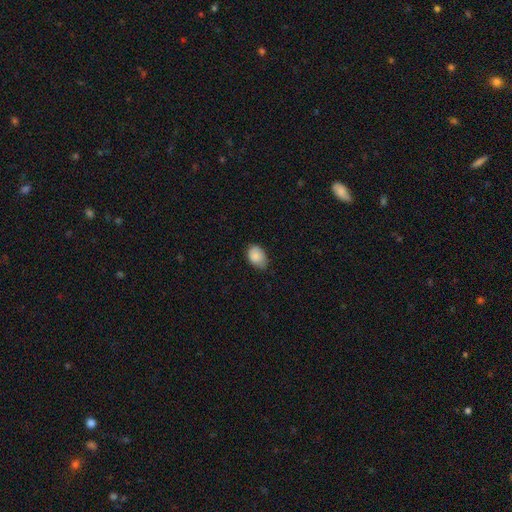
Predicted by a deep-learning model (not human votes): smooth_or_featured: smooth (p=0.87) [alt: star or artifact p=0.07]
how_rounded: in between (p=0.81) [alt: round p=0.18]
merging: none (p=0.68) [alt: minor disturbance p=0.27]